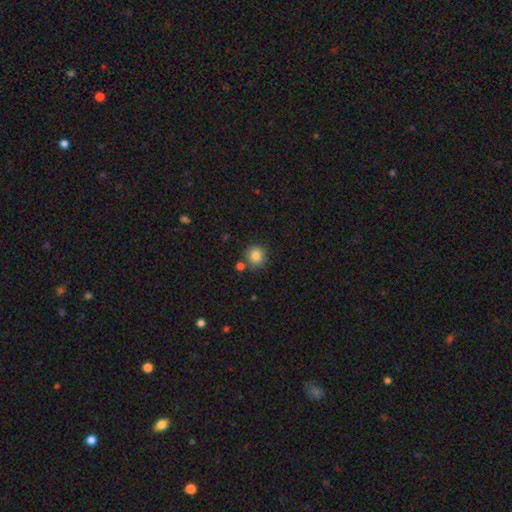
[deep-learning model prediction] Smooth or featured: smooth — 86% (star or artifact — 10%)
How rounded: round — 88% (in between — 11%)
Merging: none — 79% (minor disturbance — 10%)